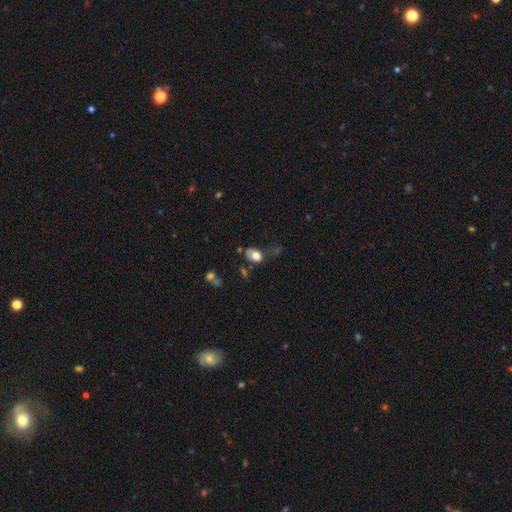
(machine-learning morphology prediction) smooth 73%, featured or disk 16%, star or artifact 11%. Down the decision tree: how rounded — in between (65%); merging — none (33%).